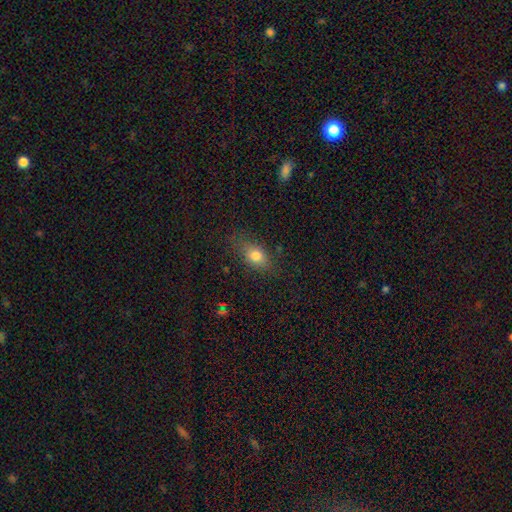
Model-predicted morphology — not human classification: This appears to be a smooth galaxy with no disk features (76%) that is in between round and cigar-shaped (75%). Merging: none (76%).